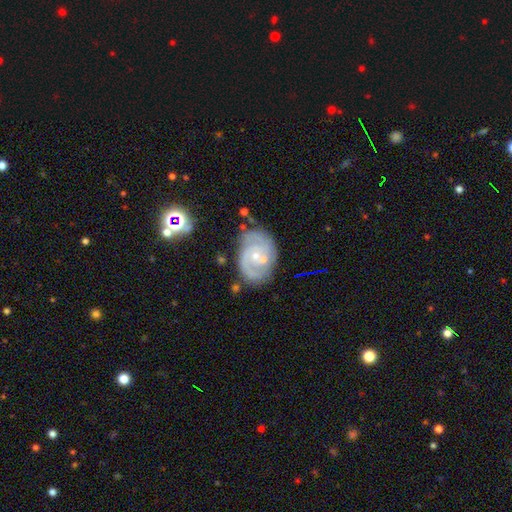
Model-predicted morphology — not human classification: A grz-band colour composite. It shows a featured or disk galaxy (83%) with no bar (65%), 2 (56%) tight (53%) spiral arms (94%) and a small central bulge (71%). Merging: none (63%).